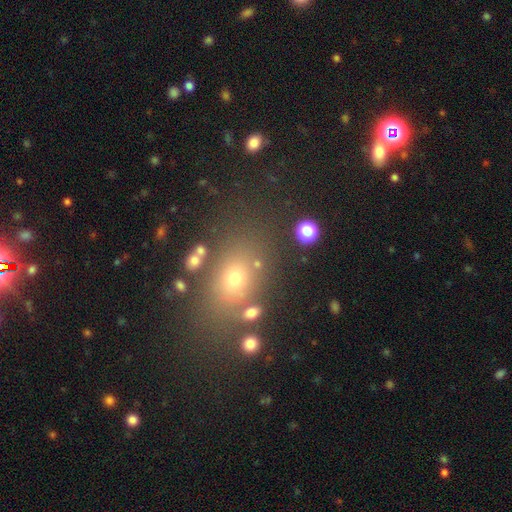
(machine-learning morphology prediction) The model was most divided on "smooth or featured": smooth: 58%, star or artifact: 27%, featured or disk: 15%. More confident: merging — none (80%); how rounded — in between (65%).